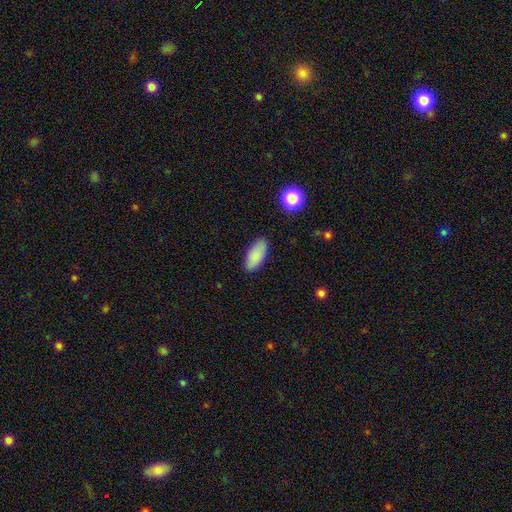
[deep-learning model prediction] The model was most divided on "merging": none: 85%, minor disturbance: 11%, major disturbance: 2%, merger: 1%. More confident: smooth or featured — smooth (88%); how rounded — in between (88%).